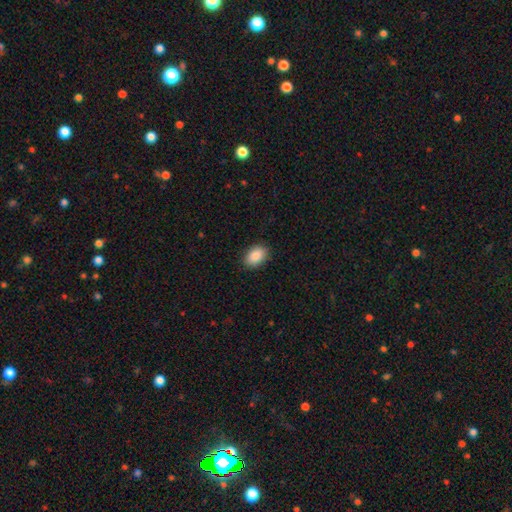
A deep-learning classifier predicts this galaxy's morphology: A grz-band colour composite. It shows a smooth galaxy with no disk features (89%) that is in between round and cigar-shaped (86%). Merging: none (88%).